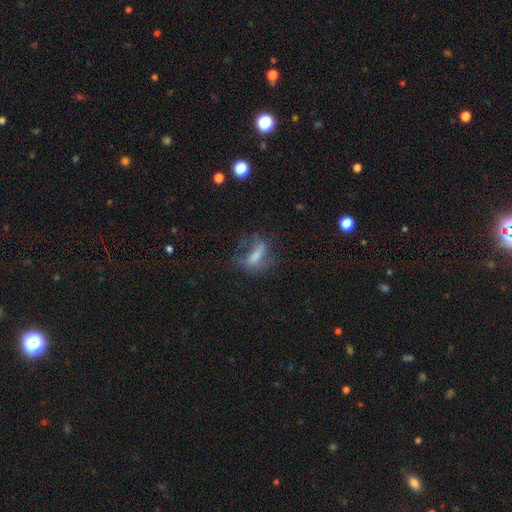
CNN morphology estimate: smooth 49%, featured or disk 37%, star or artifact 14%. Down the decision tree: merging — none (39%).